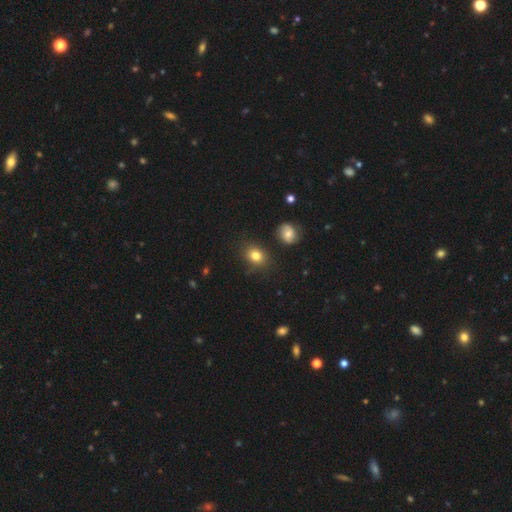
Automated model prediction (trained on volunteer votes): Smooth or featured? smooth (81%)
How rounded? in between (53%)
Merging? none (79%)